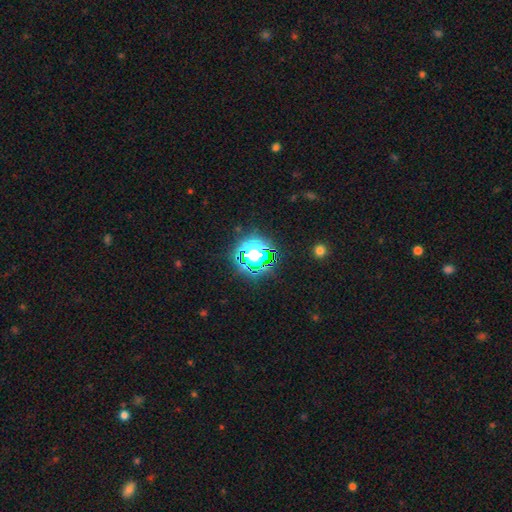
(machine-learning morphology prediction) Q: Smooth or featured?
A: star or artifact (59%); runner-up: smooth (29%)